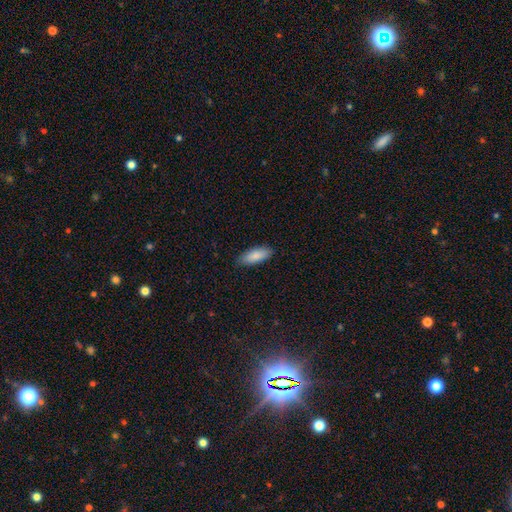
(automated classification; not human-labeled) Overall: smooth (87%). How rounded: in between (71%). Merging: none (87%).